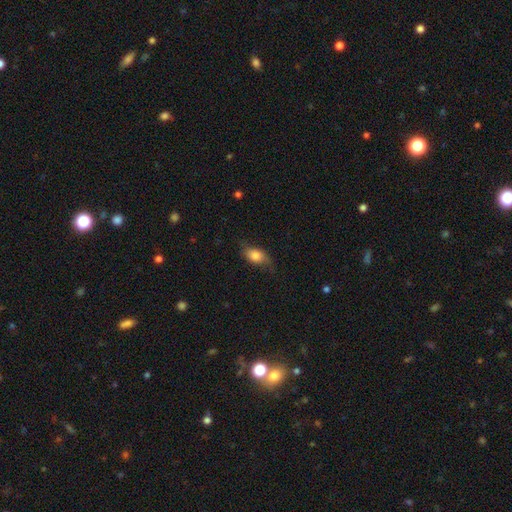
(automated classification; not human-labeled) A smooth galaxy with no disk features (75%) that is in between round and cigar-shaped (84%). Merging: none (63%).